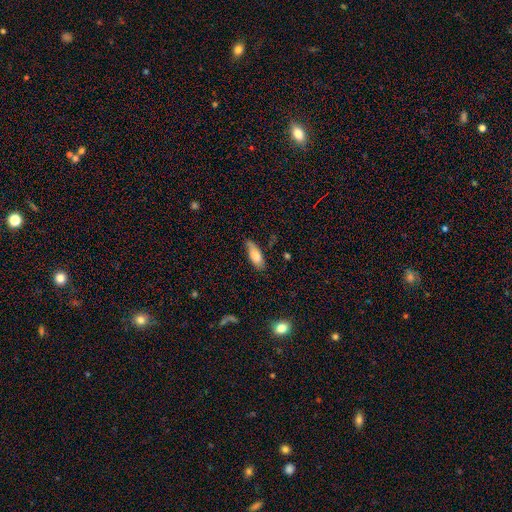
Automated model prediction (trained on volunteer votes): Smooth or featured? Predicted: smooth (p=0.77). How rounded? Predicted: in between (p=0.72). Merging? Predicted: none (p=0.67).